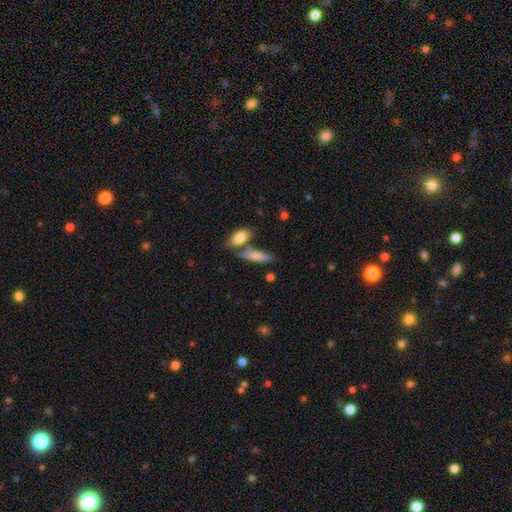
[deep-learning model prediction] Smooth or featured? smooth (76%)
How rounded? cigar-shaped (50%)
Merging? none (57%)